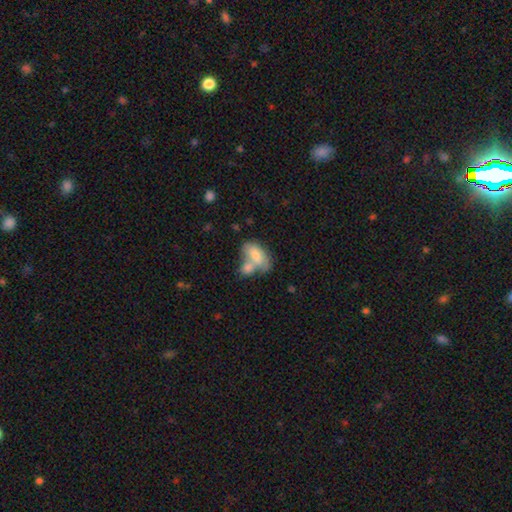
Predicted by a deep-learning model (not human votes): This appears to be a smooth galaxy with no disk features (72%) that is in between round and cigar-shaped (90%). Merging: merger (58%).